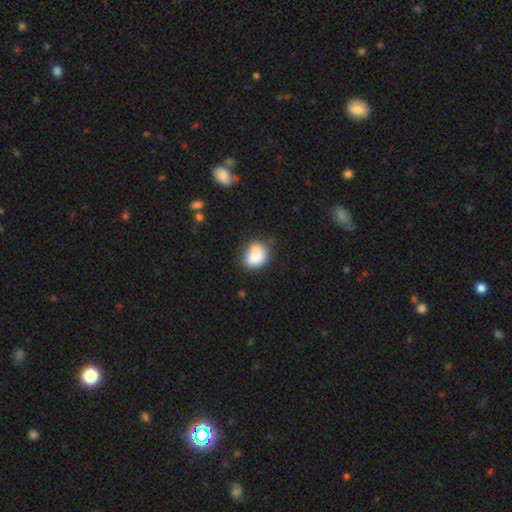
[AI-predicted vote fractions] Smooth or featured?
  - smooth: 85% *
  - star or artifact: 8%
  - featured or disk: 7%
How rounded?
  - in between: 51% *
  - round: 48%
  - cigar-shaped: 1%
Merging?
  - none: 64% *
  - minor disturbance: 24%
  - major disturbance: 6%
  - merger: 6%